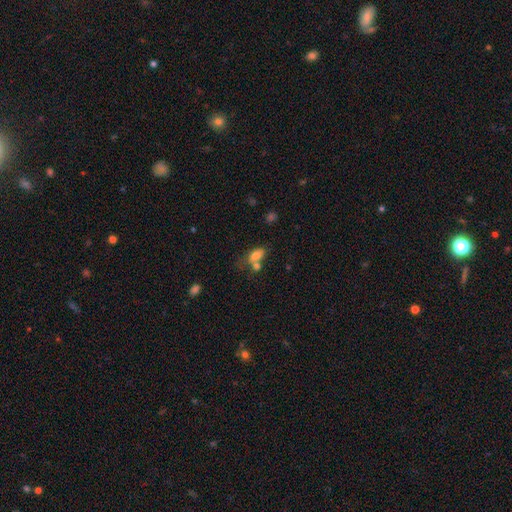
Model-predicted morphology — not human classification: Smooth or featured: smooth — 75% (featured or disk — 14%)
How rounded: in between — 82% (round — 9%)
Merging: merger — 39% (none — 36%)